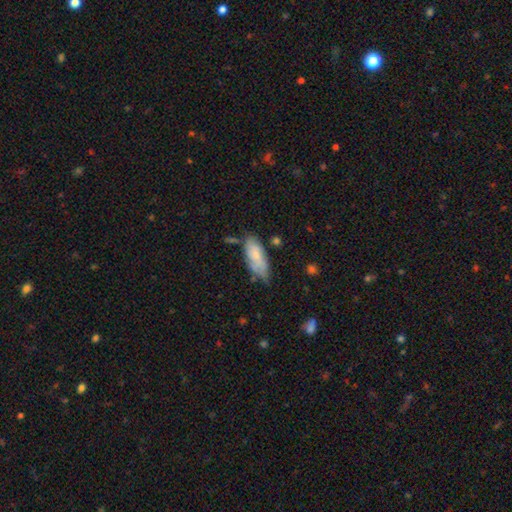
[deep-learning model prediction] Smooth or featured?
  - smooth: 69% *
  - featured or disk: 24%
  - star or artifact: 6%
How rounded?
  - in between: 82% *
  - cigar-shaped: 16%
  - round: 2%
Merging?
  - none: 54% *
  - minor disturbance: 33%
  - major disturbance: 8%
  - merger: 6%